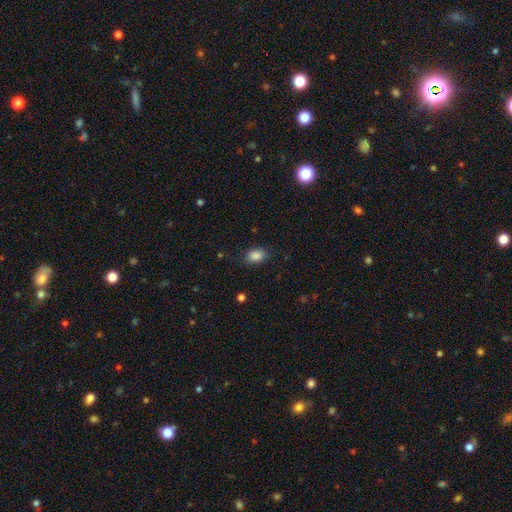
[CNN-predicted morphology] This appears to be a smooth galaxy with no disk features (88%) that is in between round and cigar-shaped (81%). Merging: none (83%).